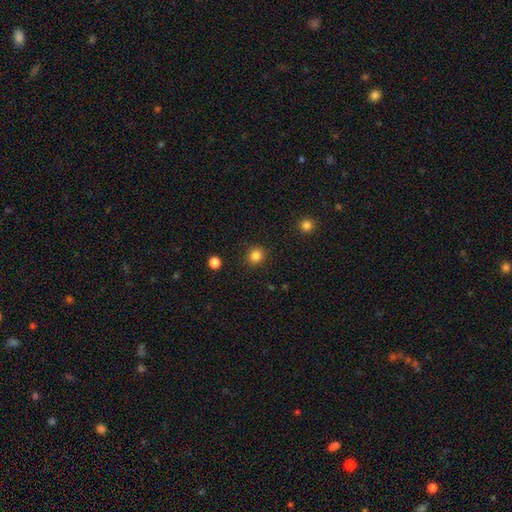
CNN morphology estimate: A smooth galaxy with no disk features (84%) that is round (88%).

Vote fractions:
- Smooth or featured? smooth: 84% / star or artifact: 12% / featured or disk: 4%
- How rounded? round: 88% / in between: 11% / cigar-shaped: 1%
- Merging? none: 90% / minor disturbance: 6% / major disturbance: 2% / merger: 1%